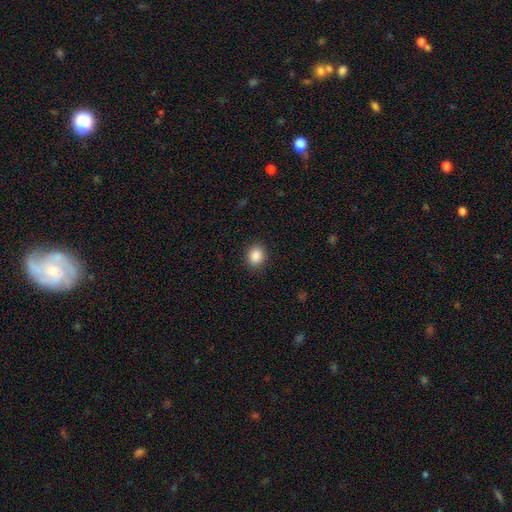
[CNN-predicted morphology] Smooth or featured: smooth — 88% (star or artifact — 9%)
How rounded: round — 63% (in between — 36%)
Merging: none — 89% (minor disturbance — 7%)